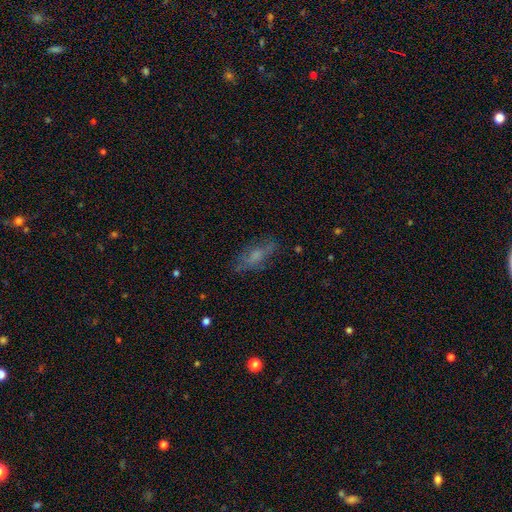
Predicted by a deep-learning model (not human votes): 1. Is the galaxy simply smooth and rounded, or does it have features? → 51% smooth, 37% featured or disk, 13% star or artifact.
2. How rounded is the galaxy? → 67% in between, 29% cigar-shaped, 5% round.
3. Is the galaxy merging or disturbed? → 67% none, 21% minor disturbance, 10% major disturbance, 2% merger.